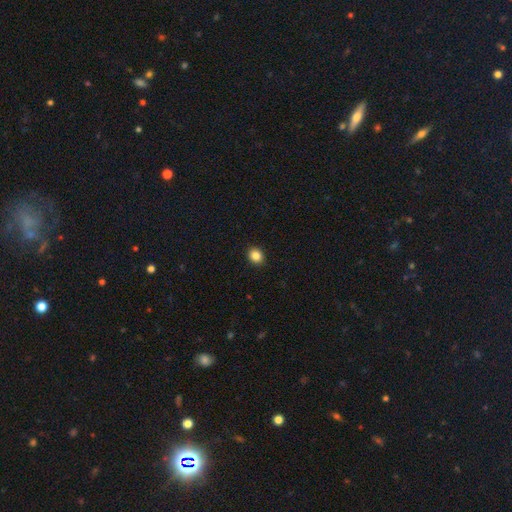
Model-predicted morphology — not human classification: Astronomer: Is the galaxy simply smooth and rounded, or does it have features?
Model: smooth — 86%.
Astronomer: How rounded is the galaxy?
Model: round — 67%.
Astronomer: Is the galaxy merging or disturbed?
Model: none — 92%.